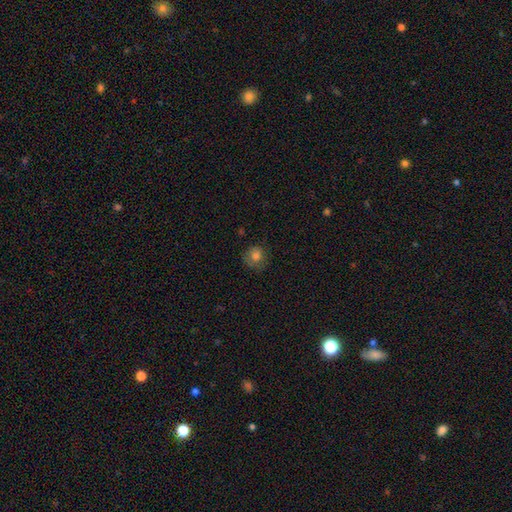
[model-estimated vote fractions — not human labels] smooth 79%, star or artifact 12%, featured or disk 9%. Down the decision tree: how rounded — round (84%); merging — none (69%).